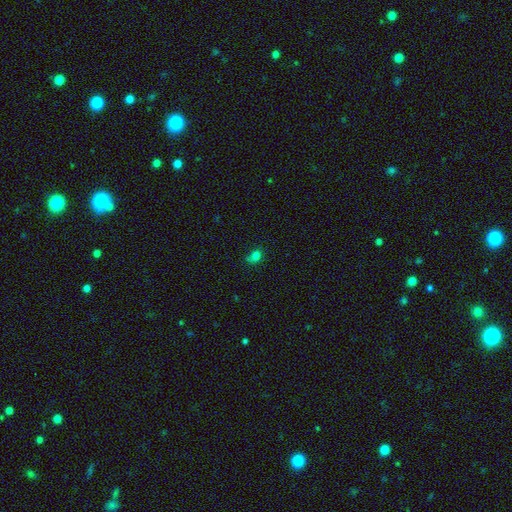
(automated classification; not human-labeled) Smooth or featured: smooth — 78% (star or artifact — 15%)
How rounded: round — 52% (in between — 47%)
Merging: none — 60% (minor disturbance — 28%)